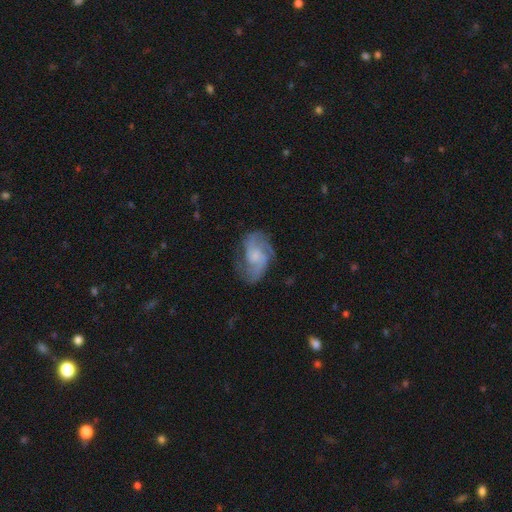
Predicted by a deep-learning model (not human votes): Morphology: type=featured or disk (77%); edge-on=no (98%); bar=no (67%); spiral arms=yes (93%); winding=medium (49%); arm count=2 (41%); bulge=small (47%); merging=none (63%).